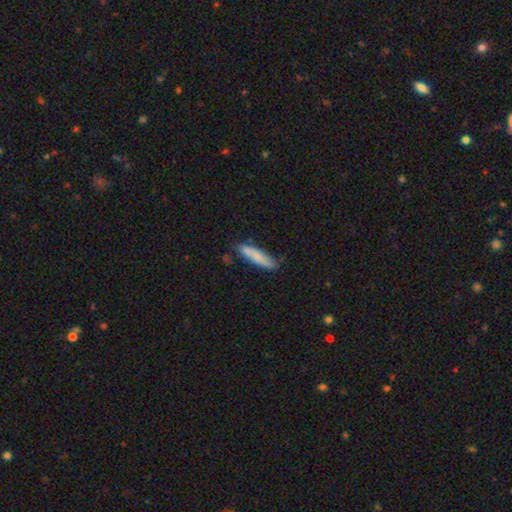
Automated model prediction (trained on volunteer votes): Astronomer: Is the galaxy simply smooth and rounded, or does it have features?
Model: smooth — 78%.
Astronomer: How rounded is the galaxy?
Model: cigar-shaped — 82%.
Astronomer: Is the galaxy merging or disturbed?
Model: none — 77%.